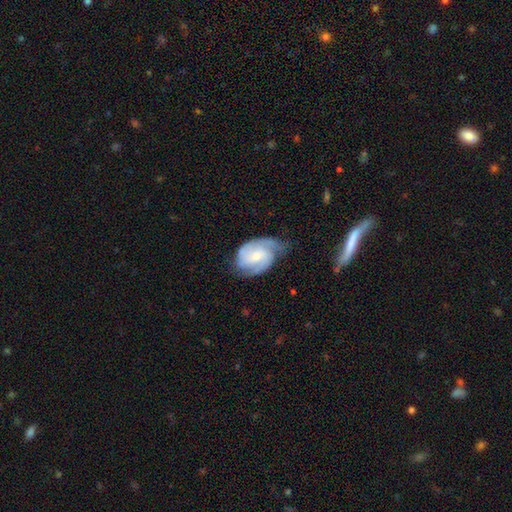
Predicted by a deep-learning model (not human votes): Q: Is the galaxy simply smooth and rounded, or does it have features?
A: featured or disk — 80%.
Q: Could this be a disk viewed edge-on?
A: no — 98%.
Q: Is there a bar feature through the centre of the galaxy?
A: no — 52%.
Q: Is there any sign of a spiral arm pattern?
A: yes — 96%.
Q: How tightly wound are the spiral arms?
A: medium — 45%.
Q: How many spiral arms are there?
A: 2 — 55%.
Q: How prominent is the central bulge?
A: small — 51%.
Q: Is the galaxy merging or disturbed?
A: none — 55%.